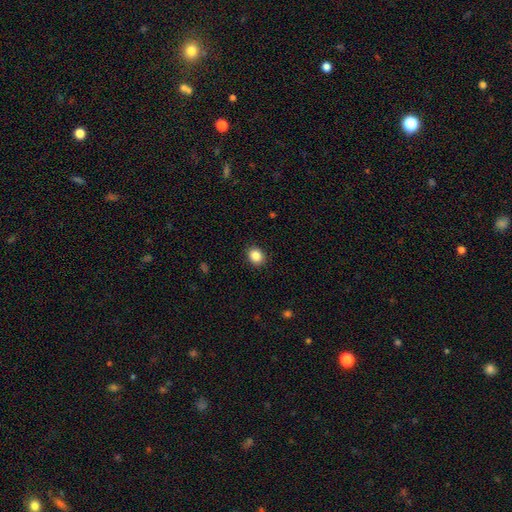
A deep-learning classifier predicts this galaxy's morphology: Smooth or featured? smooth (87%)
How rounded? round (61%)
Merging? none (90%)